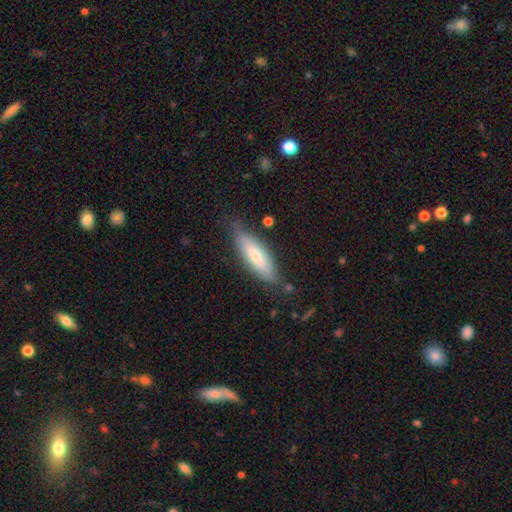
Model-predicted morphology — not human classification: A smooth galaxy with no disk features (58%) that is cigar-shaped (69%).

Vote fractions:
- Smooth or featured? smooth: 58% / featured or disk: 34% / star or artifact: 9%
- How rounded? cigar-shaped: 69% / in between: 30% / round: 2%
- Merging? none: 78% / minor disturbance: 17% / major disturbance: 3% / merger: 2%